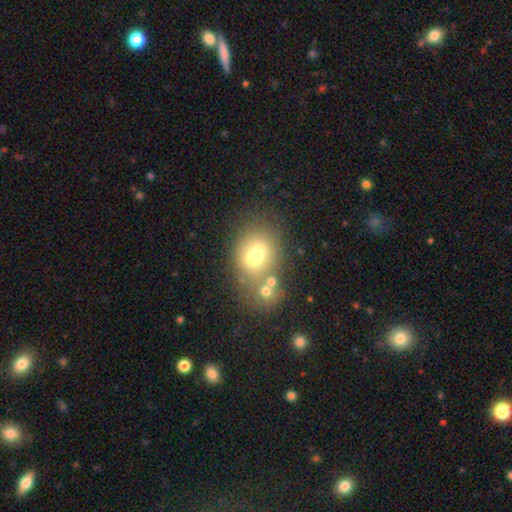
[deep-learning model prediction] Smooth or featured: smooth — 55% (featured or disk — 31%)
How rounded: in between — 51% (round — 48%)
Merging: merger — 51% (none — 33%)